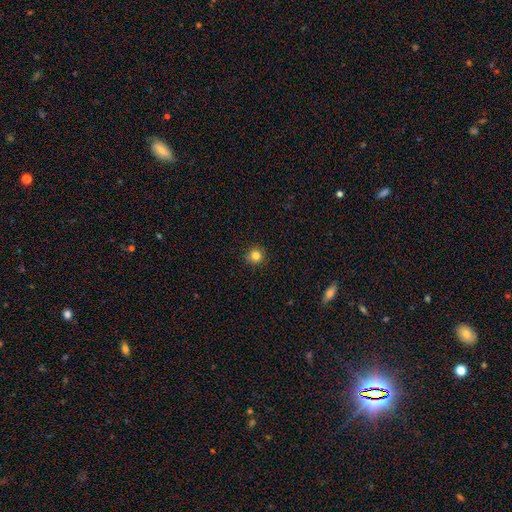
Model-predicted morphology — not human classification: smooth 82%, star or artifact 13%, featured or disk 5%. Down the decision tree: how rounded — round (95%); merging — none (92%).